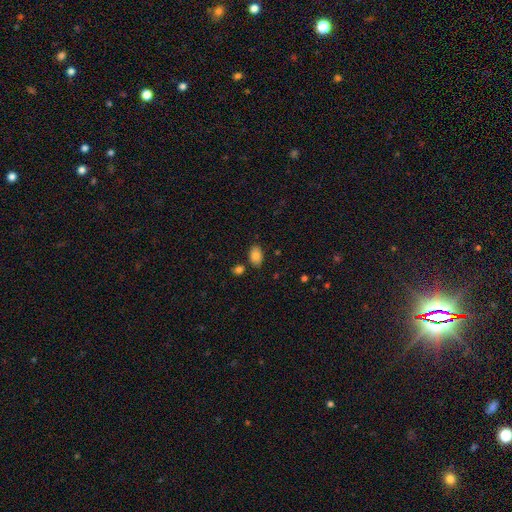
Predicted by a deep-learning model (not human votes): Q: Smooth or featured?
A: smooth (83%); runner-up: star or artifact (9%)
Q: How rounded?
A: in between (86%); runner-up: round (13%)
Q: Merging?
A: none (80%); runner-up: minor disturbance (12%)